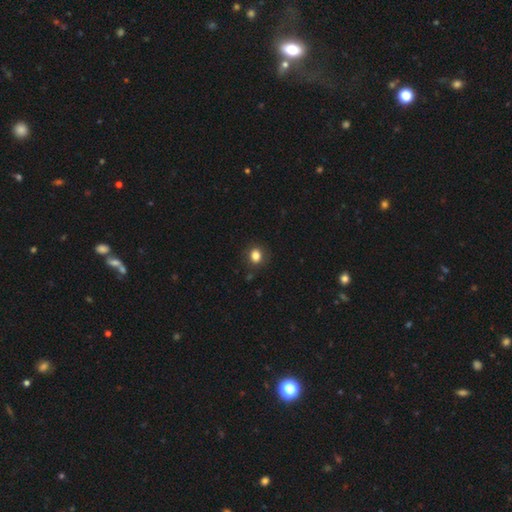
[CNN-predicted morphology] type=smooth (83%); roundness=round (63%); merging=none (85%).